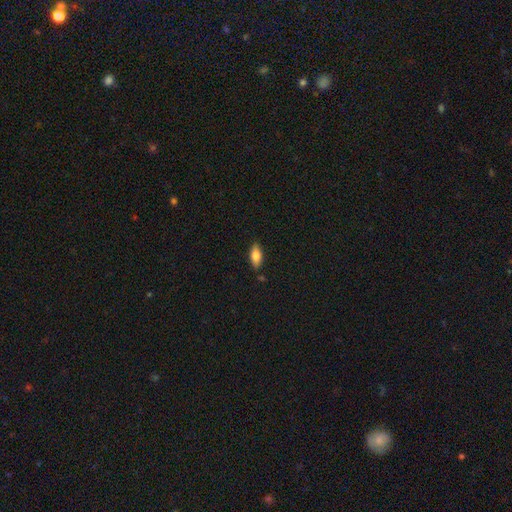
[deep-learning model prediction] Smooth or featured? smooth (78%)
How rounded? in between (84%)
Merging? none (83%)